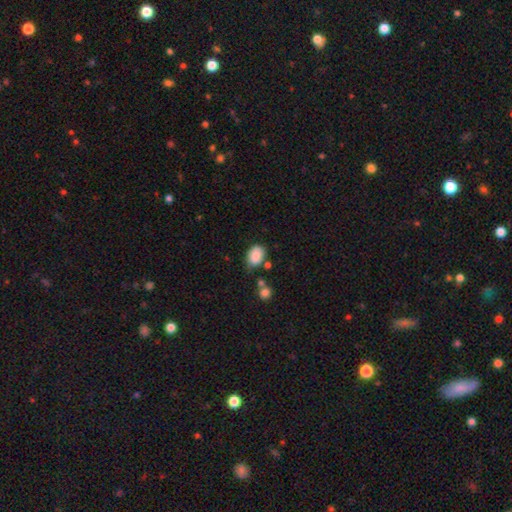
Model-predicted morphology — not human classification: Smooth or featured? Predicted: smooth (p=0.86). How rounded? Predicted: in between (p=0.79). Merging? Predicted: none (p=0.66).